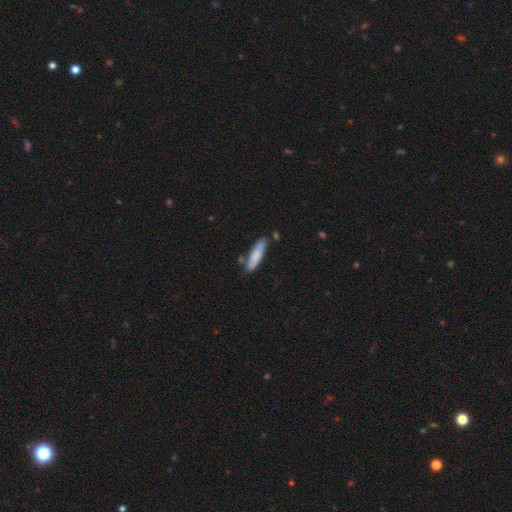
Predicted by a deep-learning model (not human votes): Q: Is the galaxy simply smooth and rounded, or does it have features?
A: smooth — 77%.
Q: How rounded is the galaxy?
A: cigar-shaped — 74%.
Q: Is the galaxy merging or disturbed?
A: none — 70%.